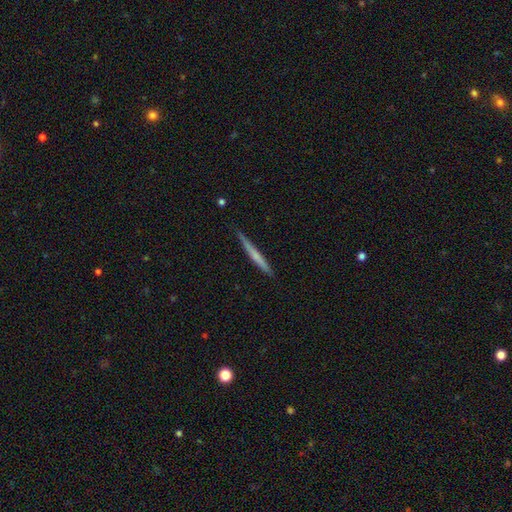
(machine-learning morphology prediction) A smooth galaxy with no disk features (51%) that is cigar-shaped (97%). Merging: none (88%).